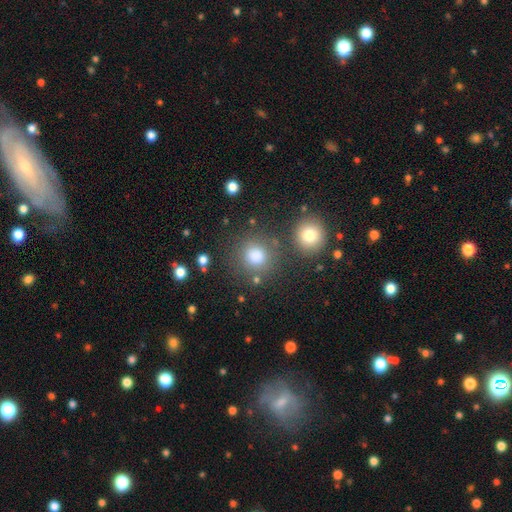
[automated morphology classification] Smooth or featured? smooth (80%)
How rounded? round (90%)
Merging? none (77%)